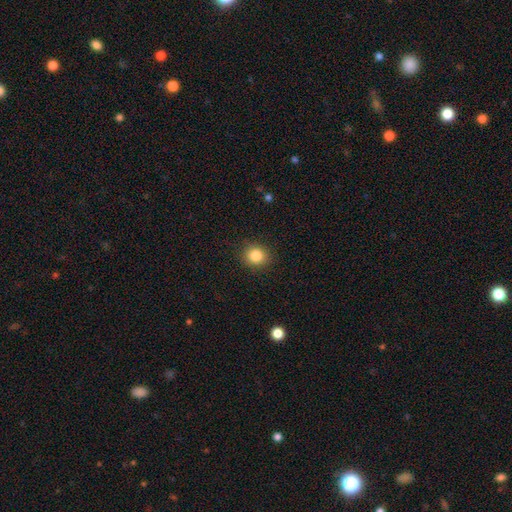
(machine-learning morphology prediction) smooth-or-featured: smooth: 85% | star or artifact: 10% | featured or disk: 5%
  how-rounded: round: 83% | in between: 16% | cigar-shaped: 1%
  merging: none: 90% | minor disturbance: 7% | major disturbance: 2% | merger: 1%